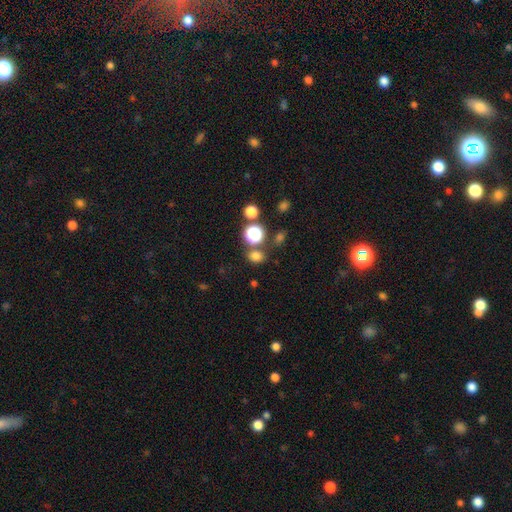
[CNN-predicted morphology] This is likely a smooth galaxy (74%). How rounded: likely round (67%). Merging: likely none (75%).